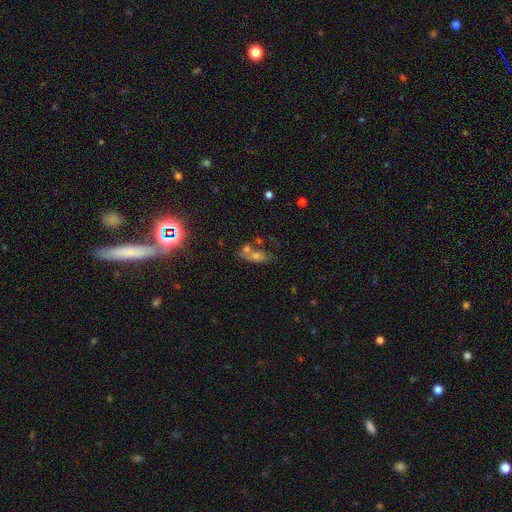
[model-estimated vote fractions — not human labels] smooth-or-featured: smooth: 44% | star or artifact: 34% | featured or disk: 22%
  merging: none: 44% | merger: 33% | minor disturbance: 15% | major disturbance: 9%